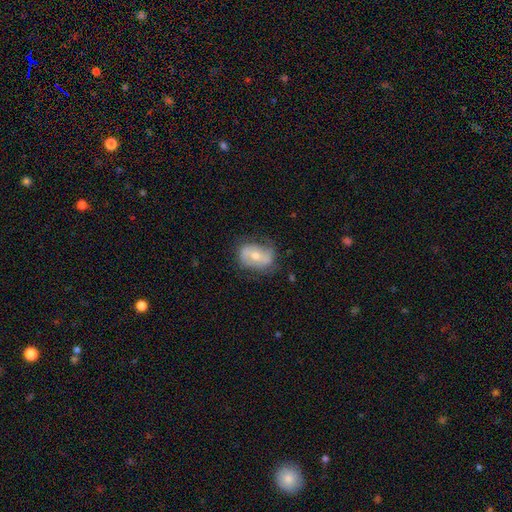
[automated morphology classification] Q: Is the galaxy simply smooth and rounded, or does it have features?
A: featured or disk — 56%.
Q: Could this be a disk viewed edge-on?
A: no — 95%.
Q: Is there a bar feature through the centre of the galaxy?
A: no — 41%.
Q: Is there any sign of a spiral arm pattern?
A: yes — 72%.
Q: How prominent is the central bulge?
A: moderate — 62%.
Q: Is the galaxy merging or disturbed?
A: none — 61%.